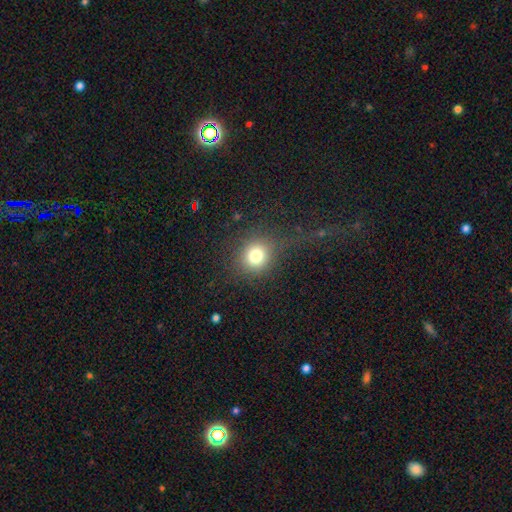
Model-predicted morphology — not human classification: The model was most divided on "merging": none: 75%, minor disturbance: 12%, major disturbance: 11%, merger: 2%. More confident: how rounded — round (86%); smooth or featured — smooth (78%).